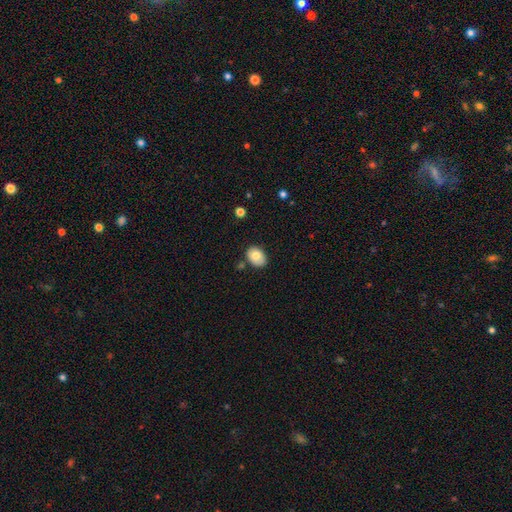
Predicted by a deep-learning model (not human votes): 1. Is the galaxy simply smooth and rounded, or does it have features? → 74% smooth, 19% featured or disk, 8% star or artifact.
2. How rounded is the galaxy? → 73% in between, 26% round, 1% cigar-shaped.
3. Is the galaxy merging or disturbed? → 77% none, 15% minor disturbance, 4% merger, 3% major disturbance.